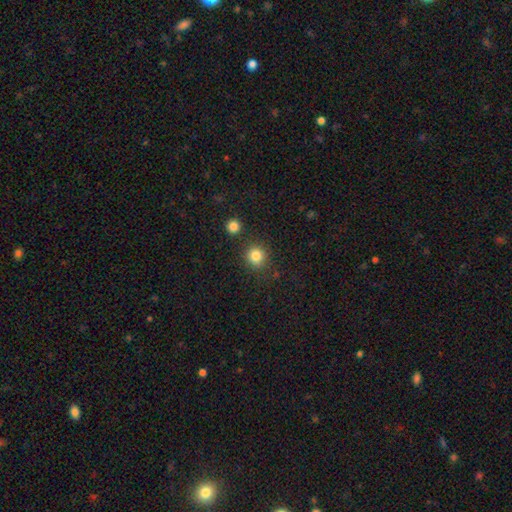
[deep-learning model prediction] Overall: smooth (84%). How rounded: round (90%). Merging: none (84%).